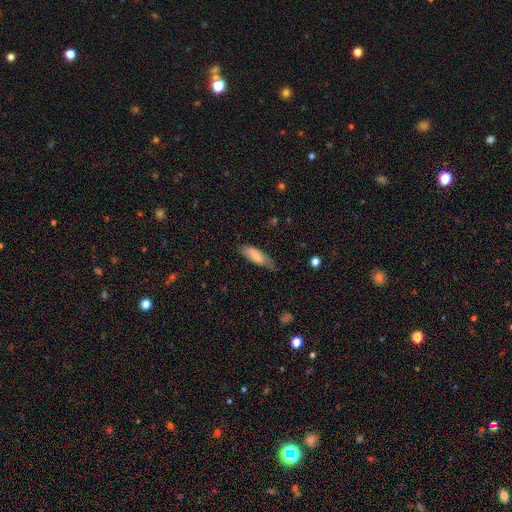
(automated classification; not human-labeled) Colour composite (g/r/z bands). It shows a smooth galaxy with no disk features (77%) that is in between round and cigar-shaped (59%). Merging: none (66%).